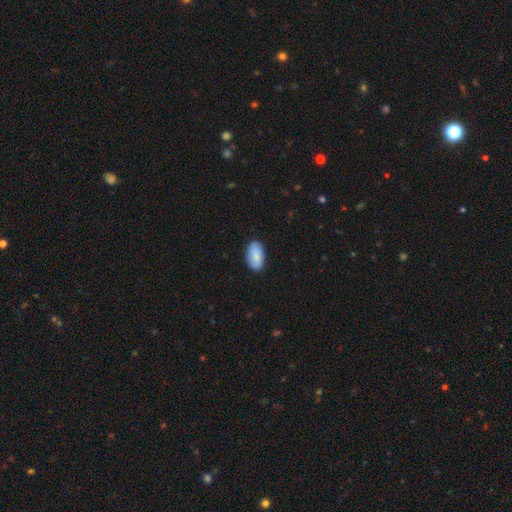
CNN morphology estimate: Q: Smooth or featured?
A: smooth (84%); runner-up: featured or disk (10%)
Q: How rounded?
A: in between (95%); runner-up: round (3%)
Q: Merging?
A: none (85%); runner-up: minor disturbance (12%)